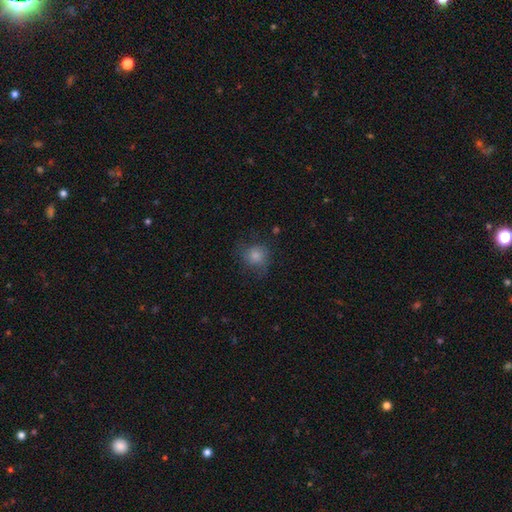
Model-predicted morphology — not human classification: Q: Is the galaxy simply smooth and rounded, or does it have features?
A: smooth — 75%.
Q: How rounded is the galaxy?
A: round — 79%.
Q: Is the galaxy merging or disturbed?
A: none — 56%.